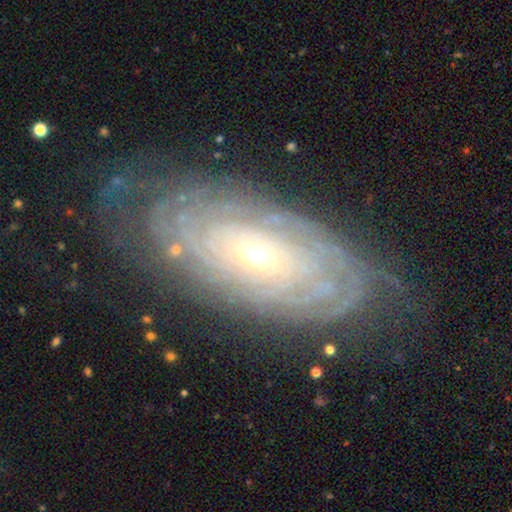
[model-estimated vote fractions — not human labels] Smooth or featured?
  - featured or disk: 82% *
  - smooth: 11%
  - star or artifact: 7%
Edge-on disk?
  - no: 90% *
  - yes: 10%
Bar?
  - no: 68% *
  - weak: 23%
  - strong: 9%
Spiral arms?
  - yes: 92% *
  - no: 8%
Spiral winding?
  - tight: 85% *
  - medium: 11%
  - loose: 3%
Spiral arm count?
  - can't tell: 53% *
  - more than 4: 16%
  - 4: 11%
  - 2: 8%
  - 3: 8%
  - 1: 5%
Bulge size?
  - small: 58% *
  - moderate: 38%
  - large: 2%
  - dominant: 1%
  - none: 1%
Merging?
  - none: 77% *
  - minor disturbance: 16%
  - major disturbance: 6%
  - merger: 1%